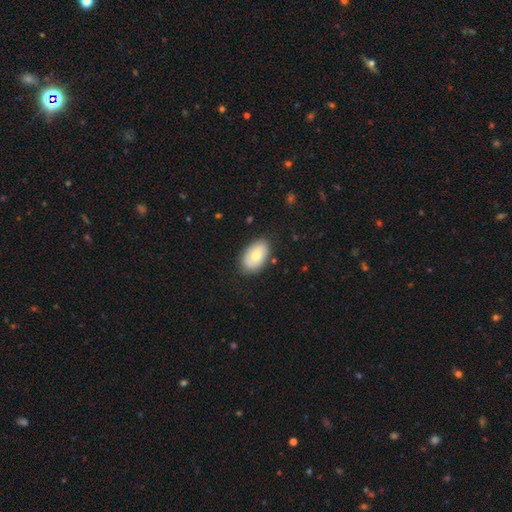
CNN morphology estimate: Smooth or featured? Predicted: smooth (p=0.73). How rounded? Predicted: in between (p=0.92). Merging? Predicted: none (p=0.81).